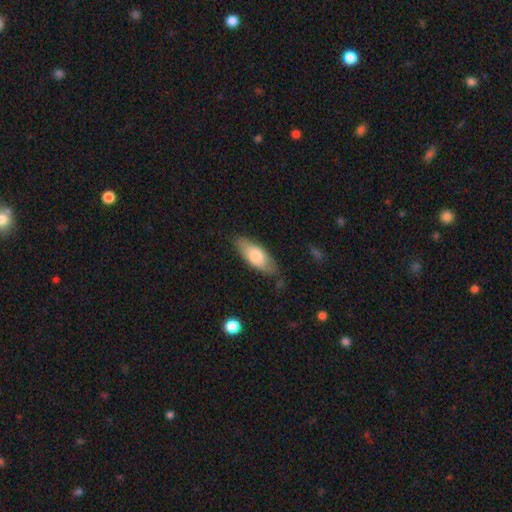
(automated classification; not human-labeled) smooth 73%, featured or disk 21%, star or artifact 6%. Down the decision tree: how rounded — in between (78%); merging — none (76%).